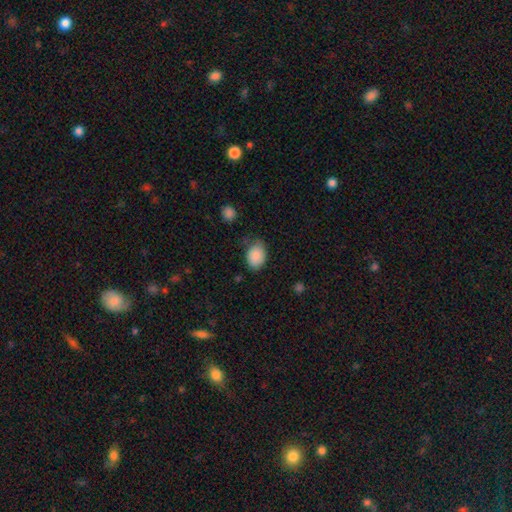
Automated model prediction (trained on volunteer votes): This is clearly a smooth galaxy (88%). How rounded: likely in between (77%). Merging: likely none (65%).